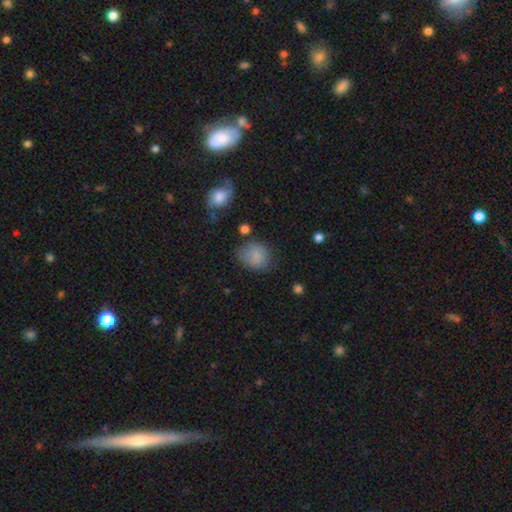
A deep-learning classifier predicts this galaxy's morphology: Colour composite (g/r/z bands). It shows a smooth galaxy with no disk features (82%) that is round (56%). Merging: none (65%).